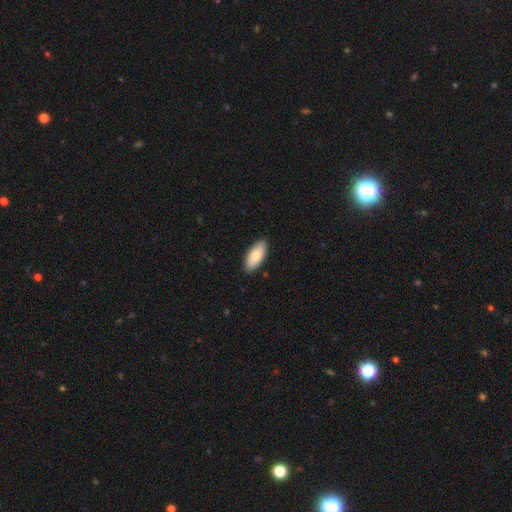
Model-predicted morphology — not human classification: Smooth or featured? Predicted: smooth (p=0.81). How rounded? Predicted: in between (p=0.89). Merging? Predicted: none (p=0.89).